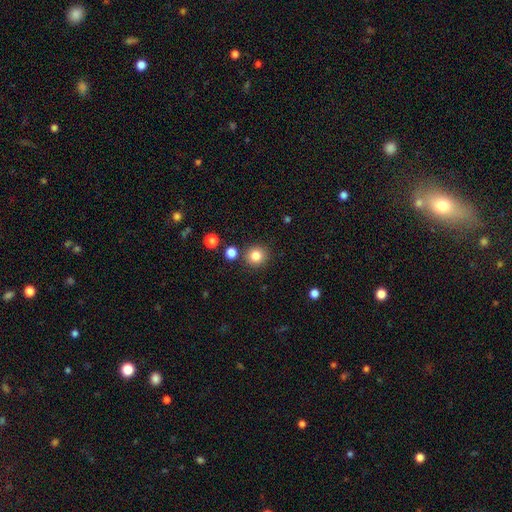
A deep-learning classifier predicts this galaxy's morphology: Smooth or featured? smooth (83%)
How rounded? round (92%)
Merging? none (86%)